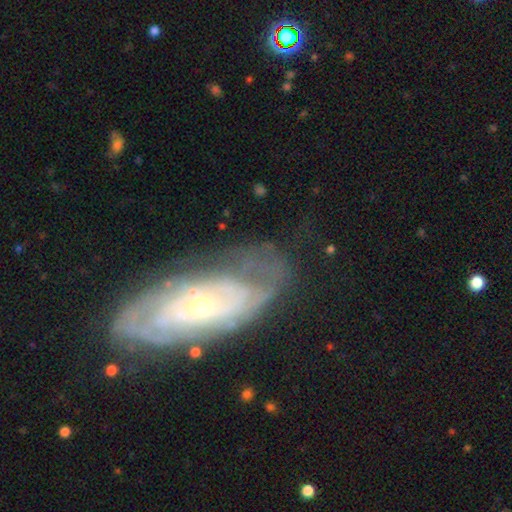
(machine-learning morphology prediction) Overall: featured or disk (78%). Edge-on disk: no (89%). Bar: no (77%). Spiral arms: yes (82%). Spiral arm count: can't tell (58%; 2 19%). Spiral winding: tight (75%). Bulge size: small (66%; moderate 31%). Merging: none (71%).